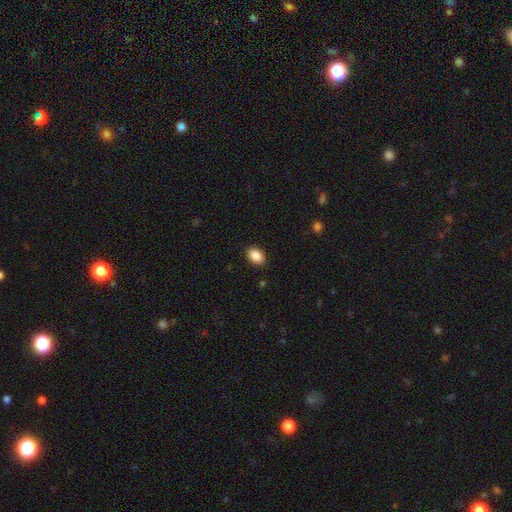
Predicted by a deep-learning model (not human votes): smooth-or-featured: smooth: 89% | star or artifact: 7% | featured or disk: 4%
  how-rounded: in between: 84% | round: 15% | cigar-shaped: 1%
  merging: none: 89% | minor disturbance: 8% | major disturbance: 2% | merger: 1%